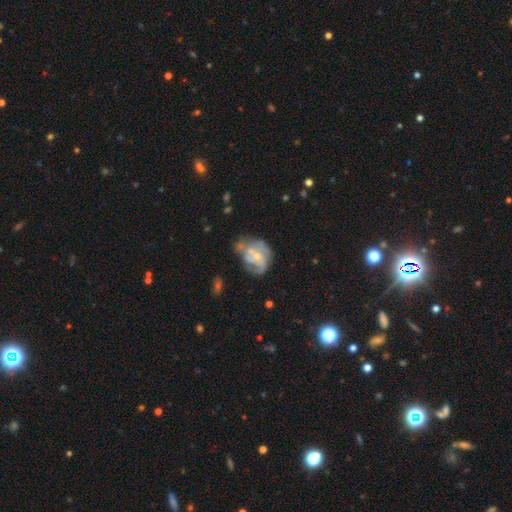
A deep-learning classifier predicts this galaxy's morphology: This appears to be a featured or disk galaxy (72%) with no bar (74%), 3 (31%, tied with can't tell) medium (42%) spiral arms (77%) and a small central bulge (62%). Merging: none (38%).